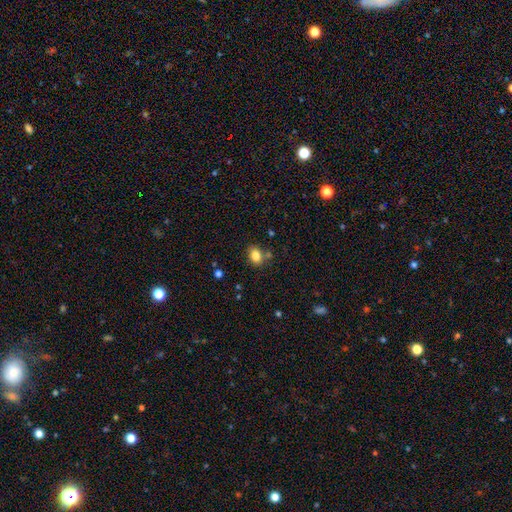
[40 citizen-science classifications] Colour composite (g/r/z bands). It shows a smooth galaxy with no disk features (70%) that is in between round and cigar-shaped (71%). Merging: none (60%).